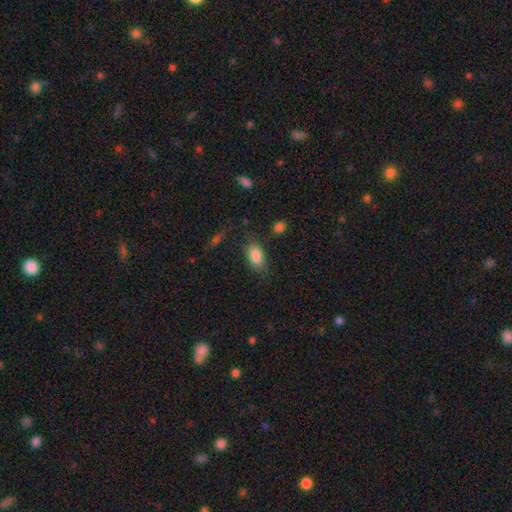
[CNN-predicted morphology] Smooth or featured? smooth (85%)
How rounded? in between (90%)
Merging? none (75%)